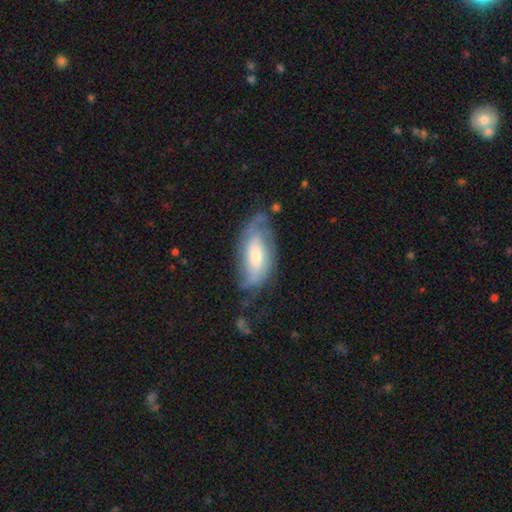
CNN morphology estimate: type=featured or disk (65%); edge-on=no (90%); bar=no (58%); spiral arms=yes (83%); bulge=moderate (48%); merging=none (55%).